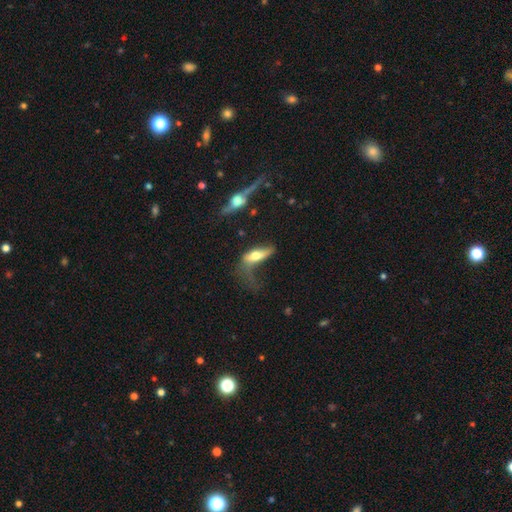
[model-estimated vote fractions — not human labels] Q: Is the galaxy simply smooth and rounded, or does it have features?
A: smooth — 54%.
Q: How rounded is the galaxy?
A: in between — 61%.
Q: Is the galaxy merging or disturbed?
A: major disturbance — 49%.